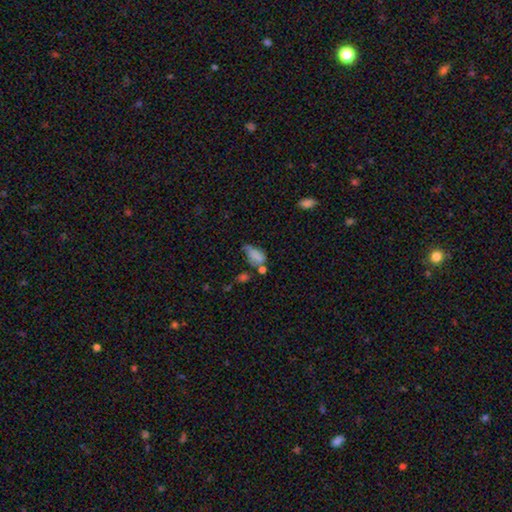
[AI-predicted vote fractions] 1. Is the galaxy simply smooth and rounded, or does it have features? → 72% smooth, 17% featured or disk, 12% star or artifact.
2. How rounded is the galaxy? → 87% in between, 7% round, 5% cigar-shaped.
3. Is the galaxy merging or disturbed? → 28% minor disturbance, 25% major disturbance, 25% none, 22% merger.